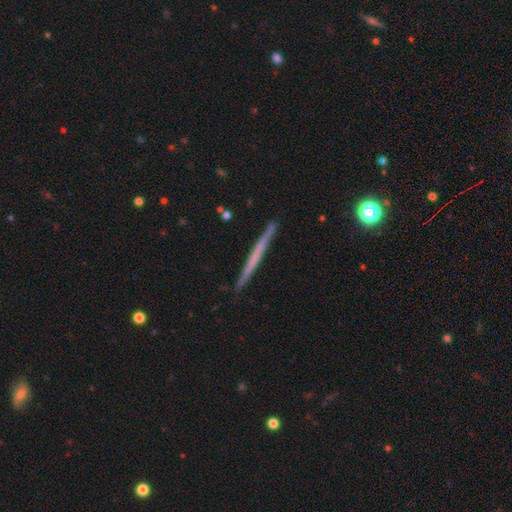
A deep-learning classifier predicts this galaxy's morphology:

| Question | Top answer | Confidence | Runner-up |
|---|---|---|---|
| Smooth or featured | featured or disk | 54% | smooth (40%) |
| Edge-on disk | yes | 98% | no (2%) |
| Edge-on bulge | none | 91% | rounded (6%) |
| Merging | none | 91% | minor disturbance (6%) |